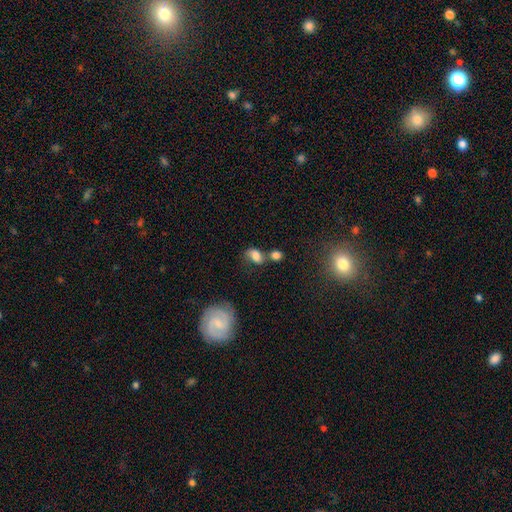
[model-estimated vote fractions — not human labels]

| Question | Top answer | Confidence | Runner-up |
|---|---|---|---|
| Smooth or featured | smooth | 69% | featured or disk (19%) |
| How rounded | in between | 77% | round (21%) |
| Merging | merger | 38% | none (32%) |